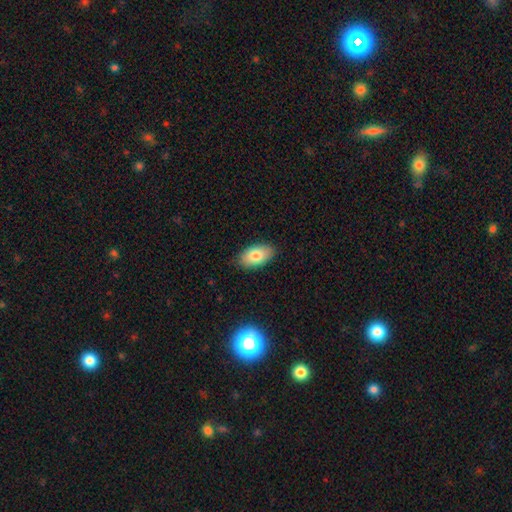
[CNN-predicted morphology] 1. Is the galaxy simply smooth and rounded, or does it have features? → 80% smooth, 13% featured or disk, 7% star or artifact.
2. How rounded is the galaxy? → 94% in between, 4% round, 2% cigar-shaped.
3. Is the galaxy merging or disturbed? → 86% none, 11% minor disturbance, 2% major disturbance, 1% merger.